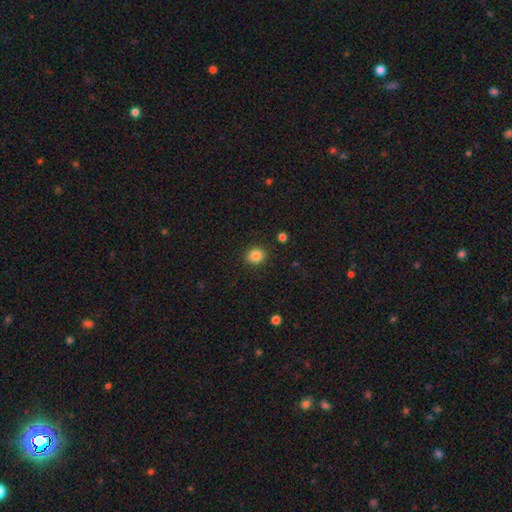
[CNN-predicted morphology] Smooth or featured? smooth (85%)
How rounded? round (79%)
Merging? none (90%)